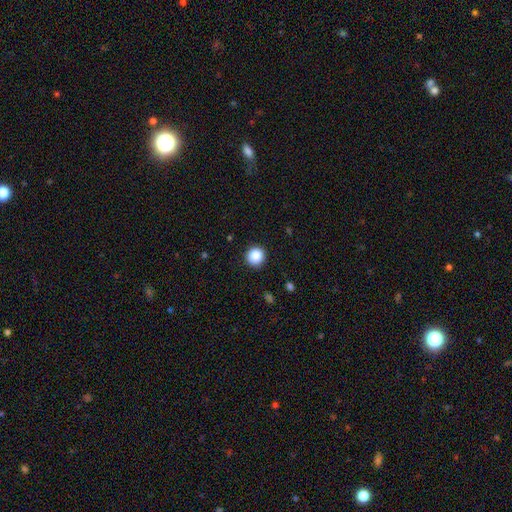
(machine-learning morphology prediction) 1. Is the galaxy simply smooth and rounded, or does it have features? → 88% smooth, 9% star or artifact, 3% featured or disk.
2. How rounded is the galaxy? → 95% round, 4% in between, 1% cigar-shaped.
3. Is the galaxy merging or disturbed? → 91% none, 6% minor disturbance, 2% major disturbance, 1% merger.